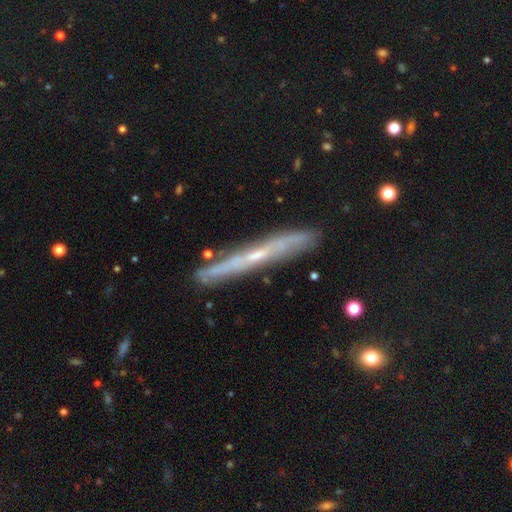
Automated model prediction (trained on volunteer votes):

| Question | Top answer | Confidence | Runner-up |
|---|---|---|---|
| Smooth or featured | featured or disk | 65% | smooth (28%) |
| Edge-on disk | yes | 87% | no (13%) |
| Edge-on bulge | none | 69% | rounded (26%) |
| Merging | none | 80% | minor disturbance (14%) |